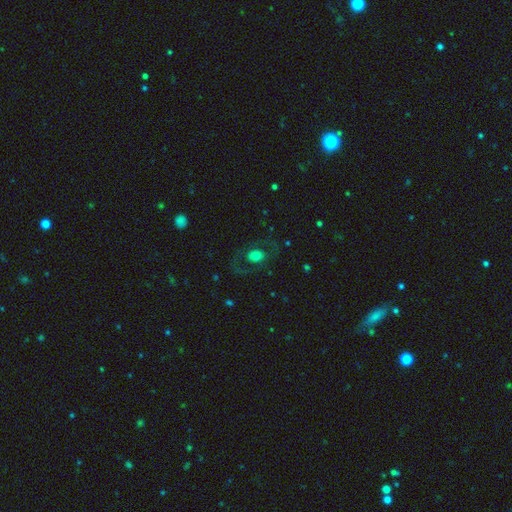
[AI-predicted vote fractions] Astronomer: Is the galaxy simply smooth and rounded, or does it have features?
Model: smooth — 48% (runner-up: featured or disk, 43%).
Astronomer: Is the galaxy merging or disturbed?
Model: none — 72%.